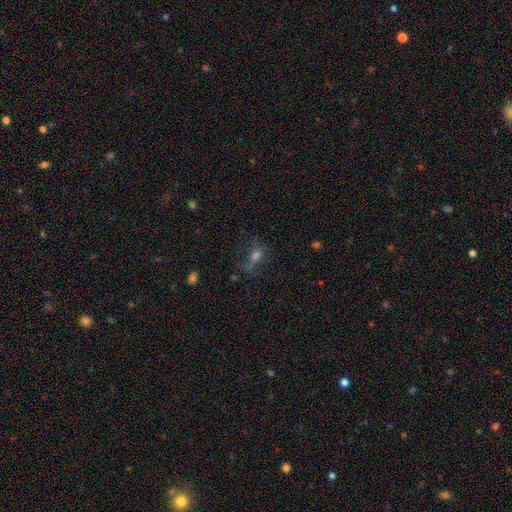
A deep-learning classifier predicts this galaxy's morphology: smooth_or_featured: smooth (p=0.41) [alt: star or artifact p=0.30]
merging: none (p=0.48) [alt: major disturbance p=0.27]